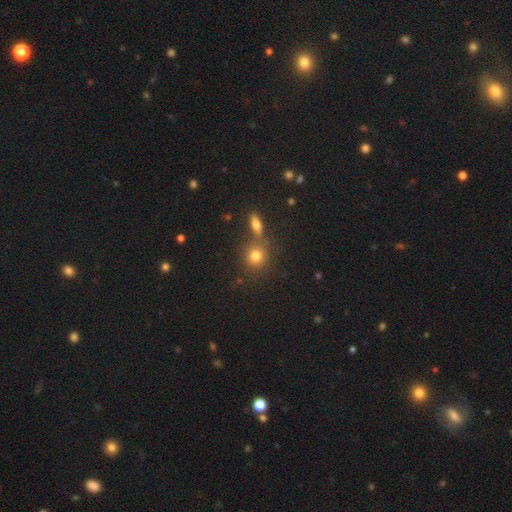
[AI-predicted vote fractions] A smooth galaxy with no disk features (75%) that is round (86%).

Vote fractions:
- Smooth or featured? smooth: 75% / star or artifact: 14% / featured or disk: 11%
- How rounded? round: 86% / in between: 13% / cigar-shaped: 2%
- Merging? none: 68% / merger: 20% / minor disturbance: 9% / major disturbance: 3%